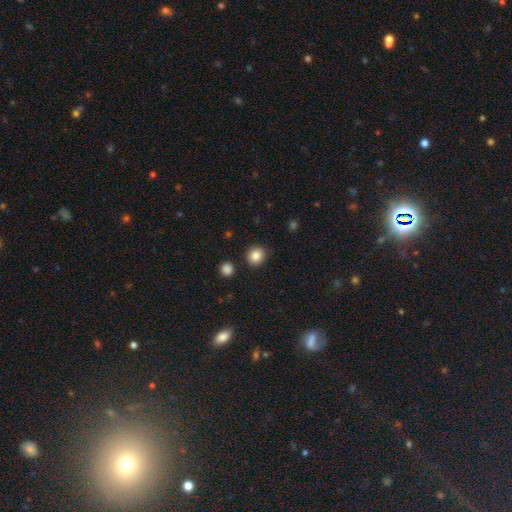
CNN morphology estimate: This is clearly a smooth galaxy (85%). How rounded: clearly round (89%). Merging: clearly none (89%).